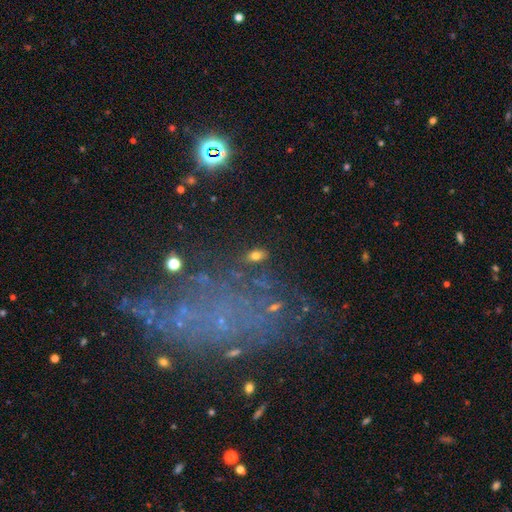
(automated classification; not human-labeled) Morphology: type=smooth (66%); roundness=in between (87%); merging=none (79%).